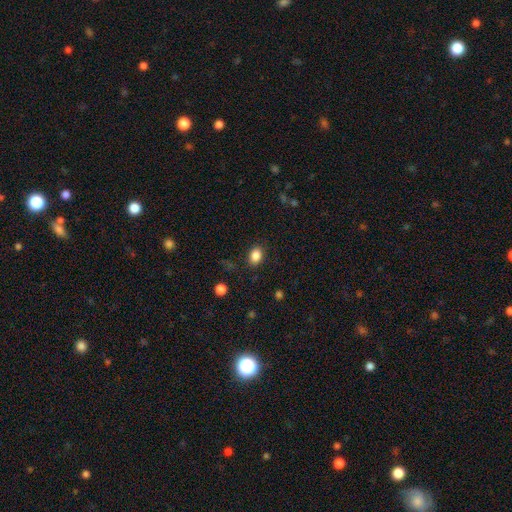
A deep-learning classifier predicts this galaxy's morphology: Overall: smooth (86%). How rounded: in between (71%). Merging: none (86%).